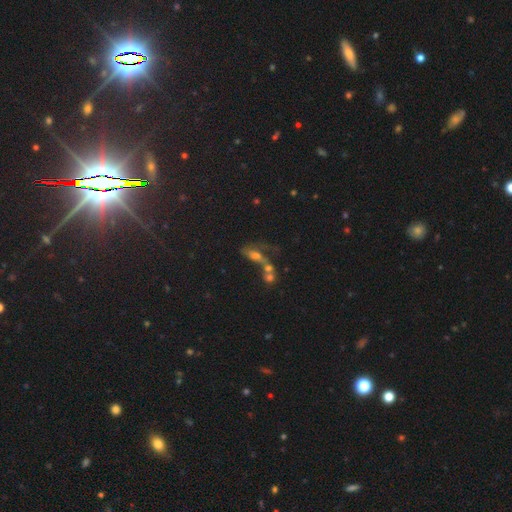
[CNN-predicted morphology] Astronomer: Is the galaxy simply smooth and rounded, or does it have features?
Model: smooth — 41% (runner-up: featured or disk, 35%).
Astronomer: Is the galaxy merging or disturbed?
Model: merger — 50%.